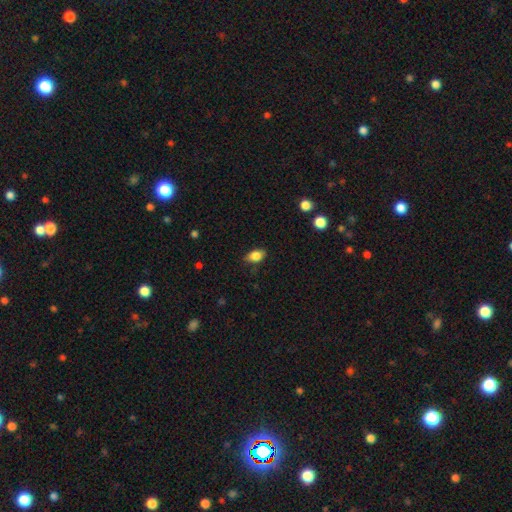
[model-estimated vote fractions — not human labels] Q: Smooth or featured?
A: smooth (85%); runner-up: star or artifact (8%)
Q: How rounded?
A: in between (85%); runner-up: round (12%)
Q: Merging?
A: none (77%); runner-up: minor disturbance (19%)